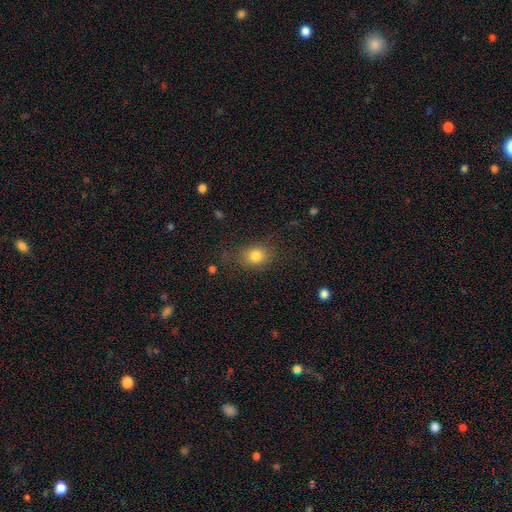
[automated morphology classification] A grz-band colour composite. It shows a smooth galaxy with no disk features (80%) that is in between round and cigar-shaped (52%). Merging: none (74%).